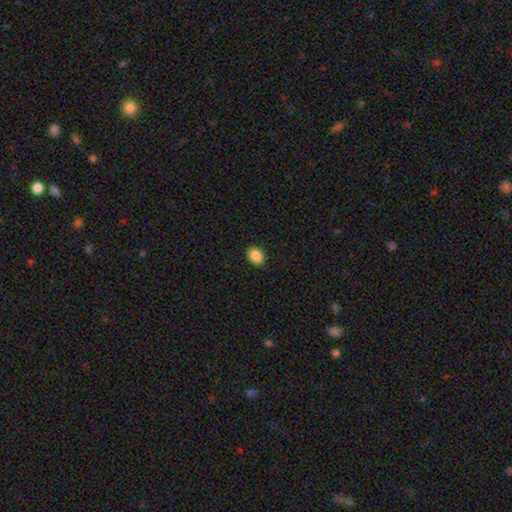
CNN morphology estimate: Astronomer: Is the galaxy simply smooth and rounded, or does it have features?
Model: smooth — 89%.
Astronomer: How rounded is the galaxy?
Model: in between — 71%.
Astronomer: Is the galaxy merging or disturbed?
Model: none — 89%.